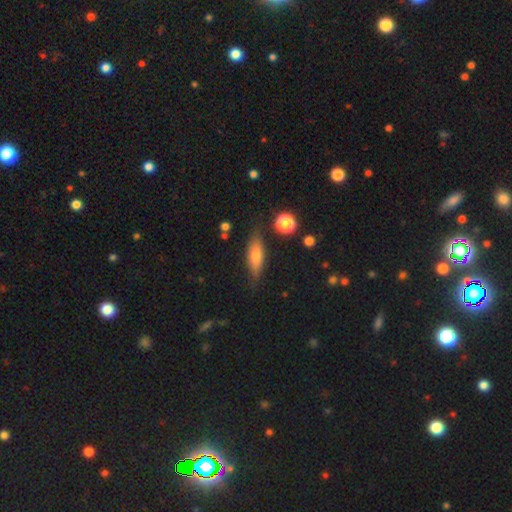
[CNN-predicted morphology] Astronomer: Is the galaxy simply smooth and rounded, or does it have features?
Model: smooth — 60%.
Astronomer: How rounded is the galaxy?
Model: in between — 49% (runner-up: cigar-shaped, 48%).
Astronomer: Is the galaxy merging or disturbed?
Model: none — 77%.